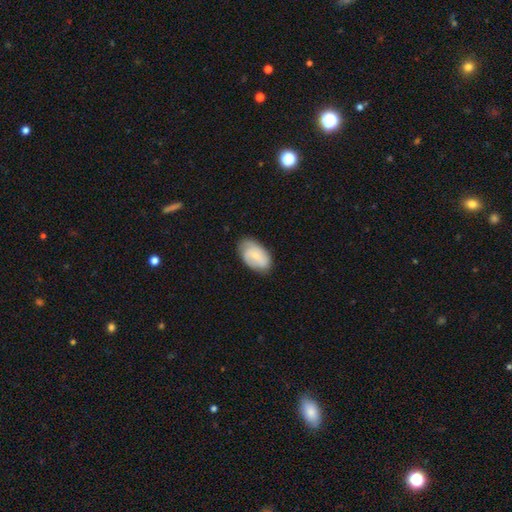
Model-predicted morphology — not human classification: smooth_or_featured: smooth (p=0.50) [alt: featured or disk p=0.43]
how_rounded: in between (p=0.91) [alt: round p=0.07]
merging: none (p=0.72) [alt: minor disturbance p=0.22]